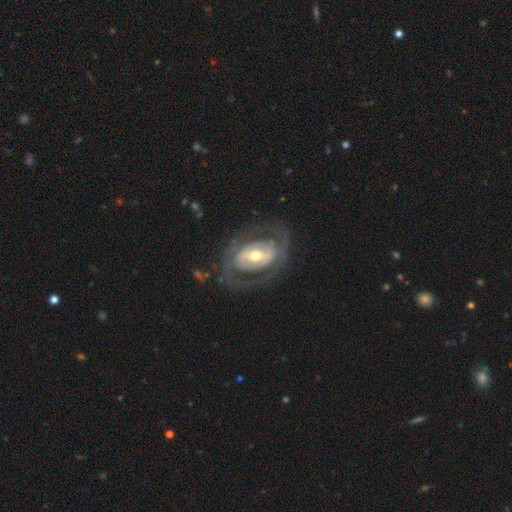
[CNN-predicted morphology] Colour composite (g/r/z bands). It shows a featured or disk galaxy (82%) with a strong bar (42%), 2 (70%) tight (43%) spiral arms (71%) and a moderate central bulge (66%). Merging: none (72%).